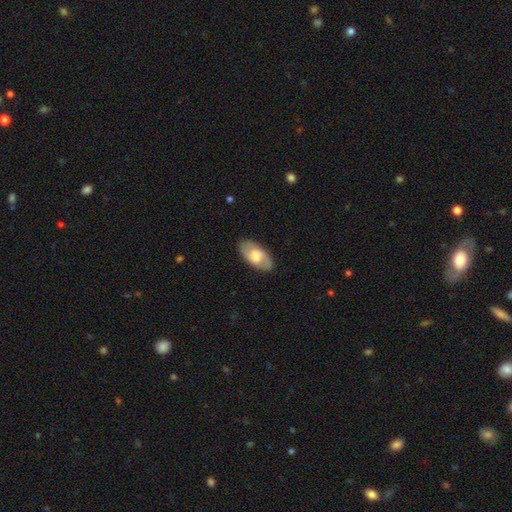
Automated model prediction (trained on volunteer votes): The model was most divided on "bar": no: 51%, weak: 40%, strong: 10%. More confident: edge-on disk — no (90%); merging — none (86%); spiral arms — yes (75%); smooth or featured — featured or disk (56%); bulge size — moderate (50%).